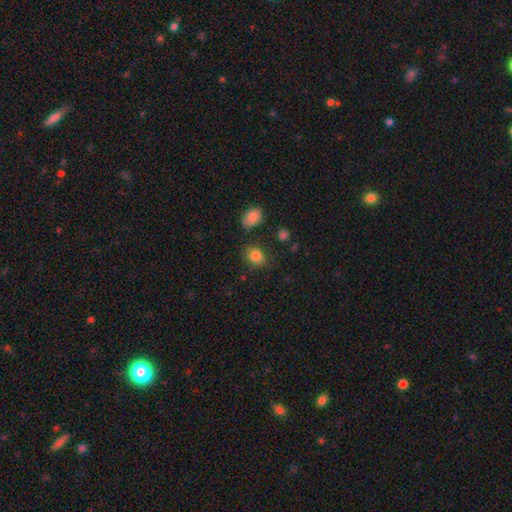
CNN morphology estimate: This appears to be a smooth galaxy with no disk features (83%) that is round (57%). Merging: none (78%).